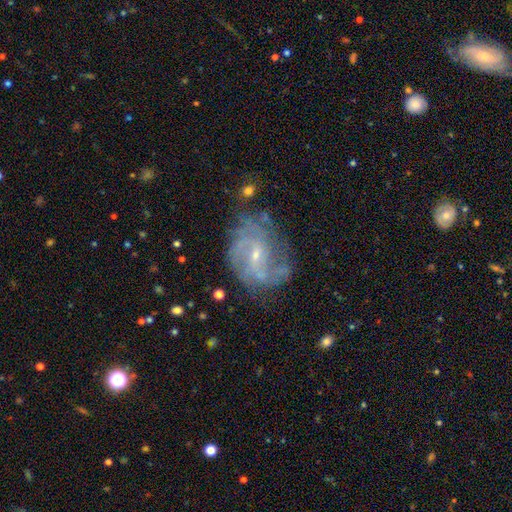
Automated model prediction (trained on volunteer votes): A featured or disk galaxy (81%) with a weak bar (47%), medium (43%) spiral arms (90%) and a small central bulge (75%).

Vote fractions:
- Smooth or featured? featured or disk: 81% / smooth: 10% / star or artifact: 9%
- Edge-on disk? no: 97% / yes: 3%
- Bar? weak: 47% / no: 41% / strong: 12%
- Spiral arms? yes: 90% / no: 10%
- Spiral winding? medium: 43% / tight: 34% / loose: 24%
- Spiral arm count? can't tell: 32% / 2: 28% / 3: 17% / 4: 11% / more than 4: 6% / 1: 6%
- Bulge size? small: 75% / moderate: 20% / none: 3% / large: 1% / dominant: 1%
- Merging? none: 62% / minor disturbance: 21% / major disturbance: 13% / merger: 4%